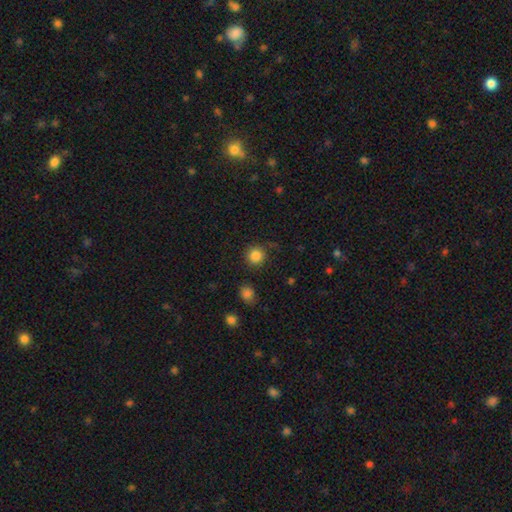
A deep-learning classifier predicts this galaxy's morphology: Smooth or featured? smooth (85%)
How rounded? round (94%)
Merging? none (83%)